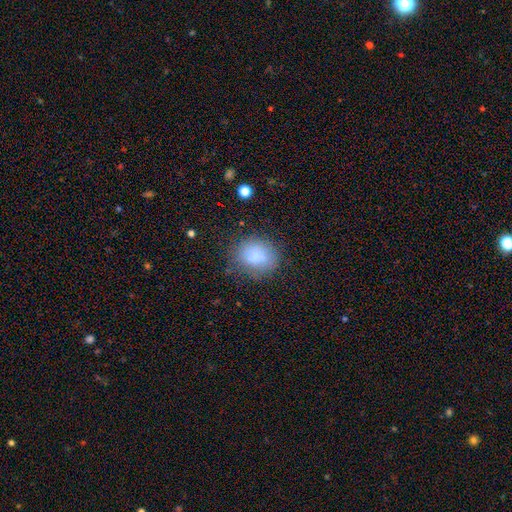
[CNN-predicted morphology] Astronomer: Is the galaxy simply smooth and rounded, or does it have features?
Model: smooth — 82%.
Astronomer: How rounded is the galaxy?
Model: round — 56% (runner-up: in between, 43%).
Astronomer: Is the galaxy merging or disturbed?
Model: none — 70%.